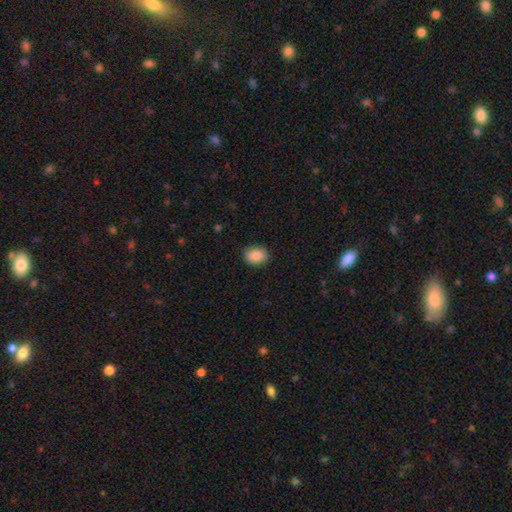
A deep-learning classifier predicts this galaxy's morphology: Smooth or featured? smooth (89%)
How rounded? in between (60%)
Merging? none (88%)